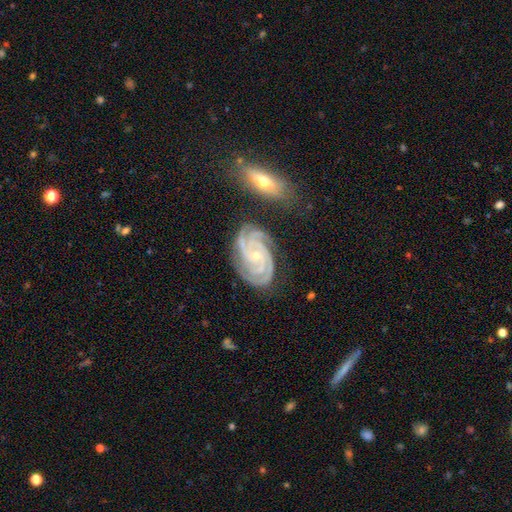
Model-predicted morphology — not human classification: type=featured or disk (90%); edge-on=no (97%); bar=no (67%); spiral arms=yes (99%); winding=tight (77%); arm count=4 (39%); bulge=small (71%); merging=none (75%).